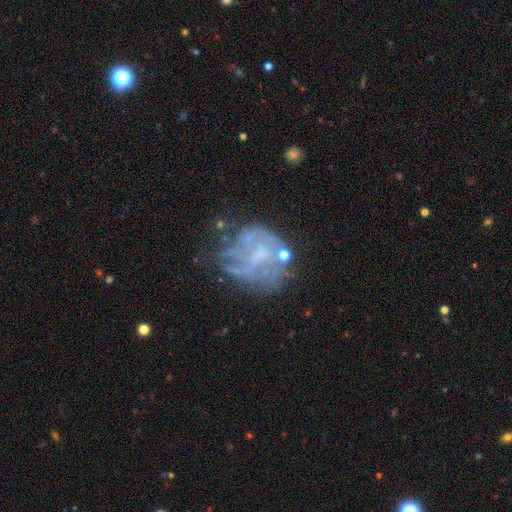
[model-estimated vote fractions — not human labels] A featured or disk galaxy (67%) with no bar (66%), no spiral arms (55%) and no central bulge (52%). Merging: none (52%).